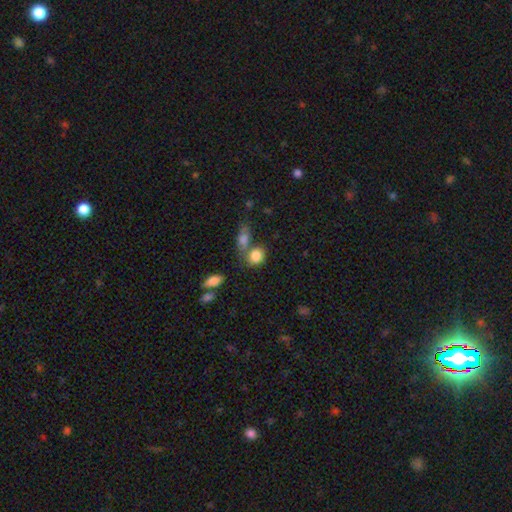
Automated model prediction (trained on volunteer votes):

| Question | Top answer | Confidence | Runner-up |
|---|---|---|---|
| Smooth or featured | smooth | 84% | star or artifact (9%) |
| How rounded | round | 65% | in between (33%) |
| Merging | none | 51% | merger (31%) |